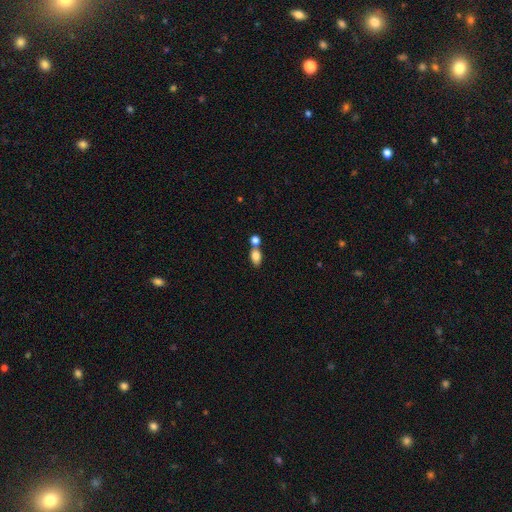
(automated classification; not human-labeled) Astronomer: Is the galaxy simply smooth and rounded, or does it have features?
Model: smooth — 83%.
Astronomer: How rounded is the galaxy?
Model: in between — 85%.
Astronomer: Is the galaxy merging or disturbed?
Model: none — 50% (runner-up: merger, 36%).